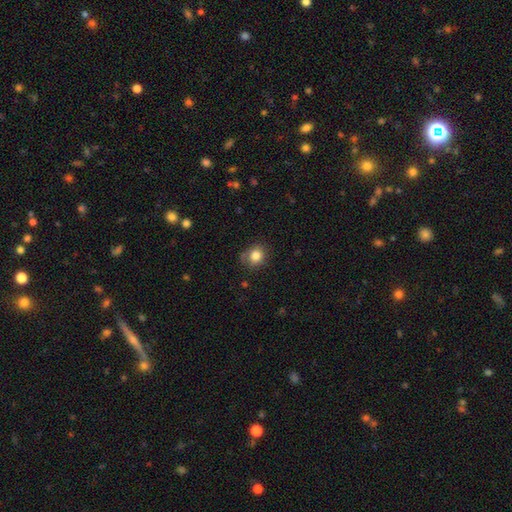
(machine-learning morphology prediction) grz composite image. It shows a smooth galaxy with no disk features (82%) that is round (72%). Merging: none (75%).